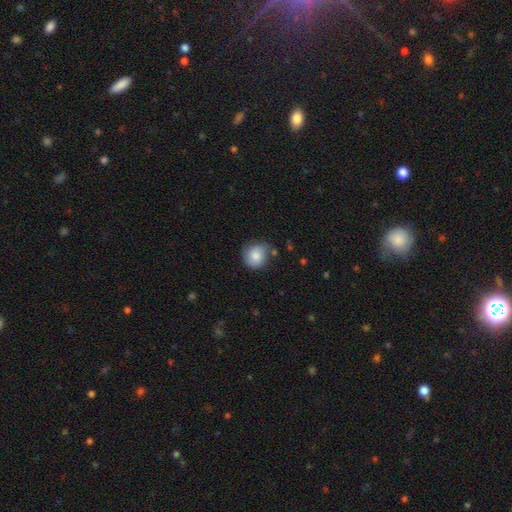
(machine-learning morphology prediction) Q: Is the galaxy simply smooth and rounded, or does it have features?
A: smooth — 81%.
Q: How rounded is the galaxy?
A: round — 80%.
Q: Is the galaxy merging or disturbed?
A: none — 67%.